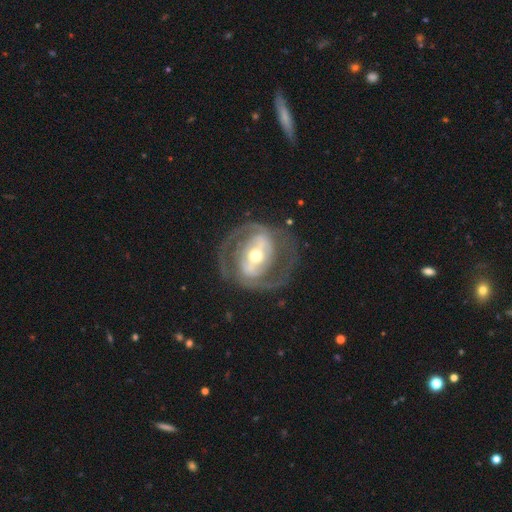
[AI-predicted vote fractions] A featured or disk galaxy (86%) with a strong bar (53%), 2 (84%) medium (45%) spiral arms (83%) and a moderate central bulge (60%).

Vote fractions:
- Smooth or featured? featured or disk: 86% / smooth: 10% / star or artifact: 5%
- Edge-on disk? no: 96% / yes: 4%
- Bar? strong: 53% / weak: 28% / no: 20%
- Spiral arms? yes: 83% / no: 17%
- Spiral winding? medium: 45% / tight: 39% / loose: 16%
- Spiral arm count? 2: 84% / can't tell: 8% / 3: 3% / 1: 3% / 4: 1% / more than 4: 1%
- Bulge size? moderate: 60% / small: 31% / large: 7% / dominant: 1% / none: 1%
- Merging? none: 74% / minor disturbance: 13% / major disturbance: 11% / merger: 1%